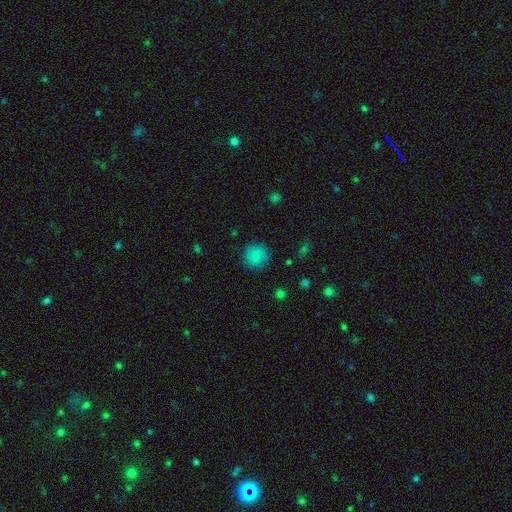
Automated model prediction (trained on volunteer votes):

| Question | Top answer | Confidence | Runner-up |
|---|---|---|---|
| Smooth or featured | smooth | 85% | star or artifact (10%) |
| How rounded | round | 92% | in between (7%) |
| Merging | none | 86% | minor disturbance (10%) |